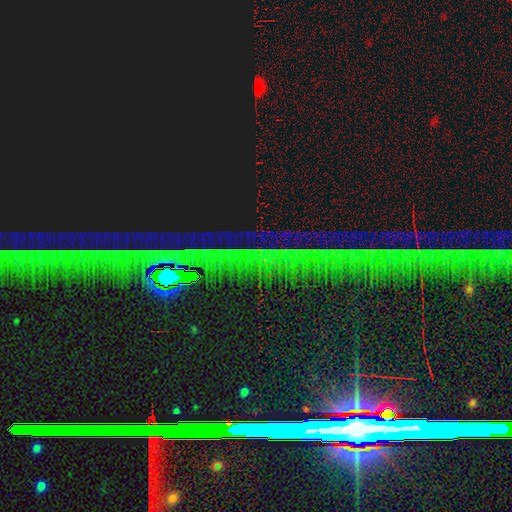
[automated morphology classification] Smooth or featured?
  - star or artifact: 84% *
  - featured or disk: 9%
  - smooth: 7%